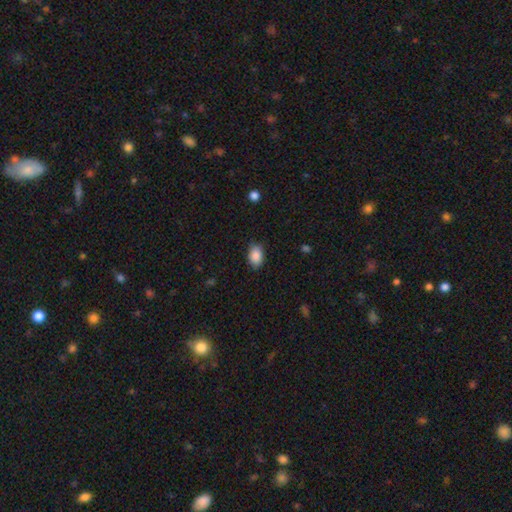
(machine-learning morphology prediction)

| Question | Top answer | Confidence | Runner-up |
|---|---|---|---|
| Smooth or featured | smooth | 88% | star or artifact (7%) |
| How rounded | in between | 86% | round (13%) |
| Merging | none | 82% | minor disturbance (14%) |